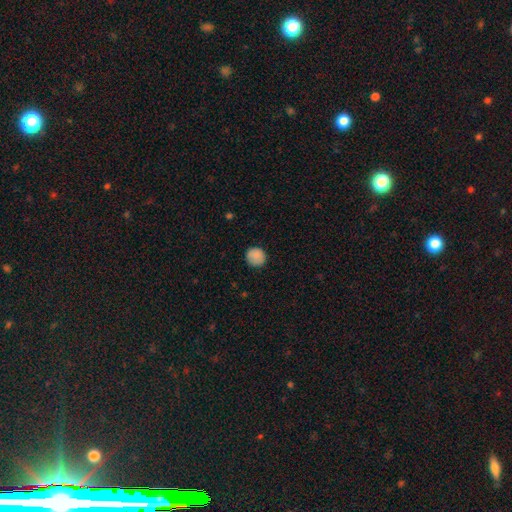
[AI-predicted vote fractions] A smooth galaxy with no disk features (87%) that is round (88%).

Vote fractions:
- Smooth or featured? smooth: 87% / star or artifact: 8% / featured or disk: 5%
- How rounded? round: 88% / in between: 11% / cigar-shaped: 1%
- Merging? none: 86% / minor disturbance: 11% / major disturbance: 2% / merger: 1%